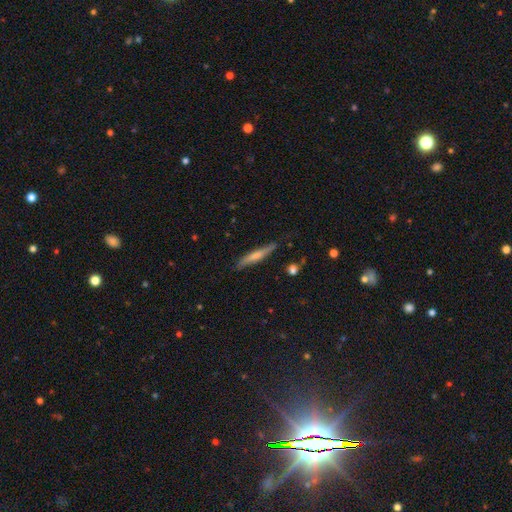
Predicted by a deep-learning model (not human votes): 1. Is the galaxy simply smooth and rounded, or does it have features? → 55% smooth, 40% featured or disk, 6% star or artifact.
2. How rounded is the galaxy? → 92% cigar-shaped, 6% in between, 2% round.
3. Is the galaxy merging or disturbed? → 80% none, 16% minor disturbance, 3% major disturbance, 2% merger.